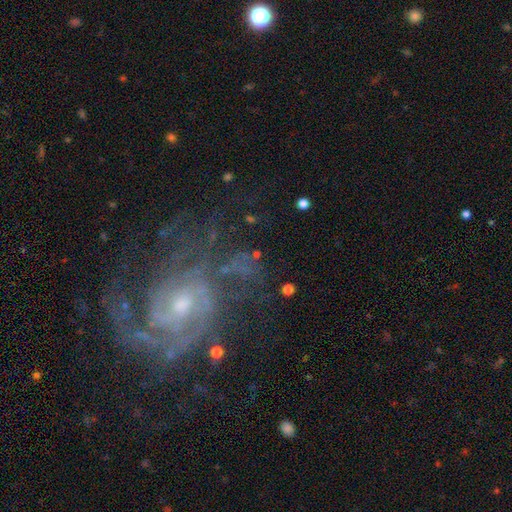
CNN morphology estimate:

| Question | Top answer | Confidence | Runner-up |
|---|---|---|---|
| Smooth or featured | featured or disk | 64% | star or artifact (20%) |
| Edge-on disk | no | 96% | yes (4%) |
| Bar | no | 58% | weak (31%) |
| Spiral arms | yes | 78% | no (22%) |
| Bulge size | small | 46% | moderate (39%) |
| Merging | none | 57% | major disturbance (19%) |